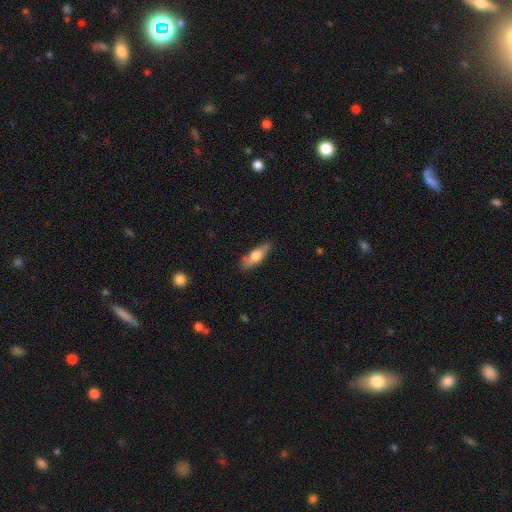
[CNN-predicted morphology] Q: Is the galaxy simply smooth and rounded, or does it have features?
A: smooth — 54%.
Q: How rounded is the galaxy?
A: in between — 49%.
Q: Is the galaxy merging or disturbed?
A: none — 82%.